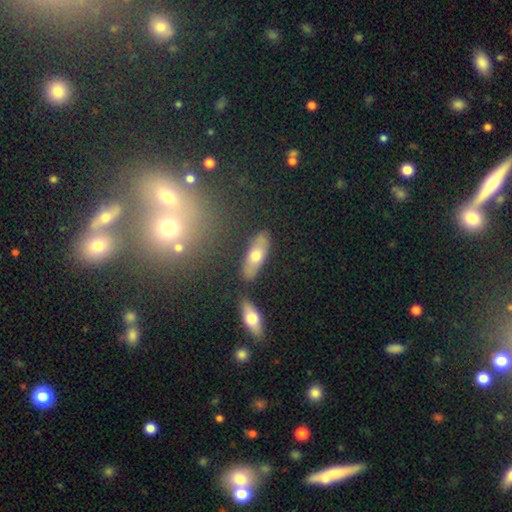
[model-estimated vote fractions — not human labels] Smooth or featured? Predicted: smooth (p=0.60). How rounded? Predicted: in between (p=0.65). Merging? Predicted: none (p=0.78).